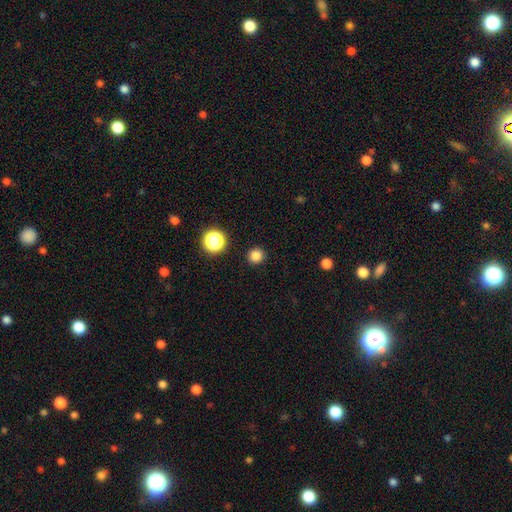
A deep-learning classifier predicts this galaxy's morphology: Smooth or featured?
  - smooth: 83% *
  - star or artifact: 14%
  - featured or disk: 4%
How rounded?
  - round: 92% *
  - in between: 7%
  - cigar-shaped: 1%
Merging?
  - none: 92% *
  - minor disturbance: 5%
  - major disturbance: 2%
  - merger: 1%